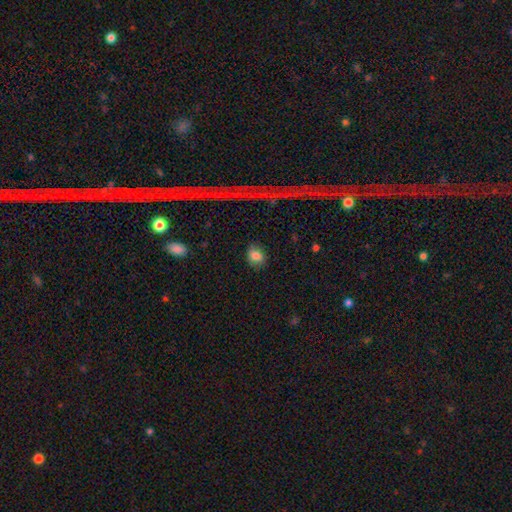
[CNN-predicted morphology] This is clearly a smooth galaxy (82%). How rounded: possibly in between (49%, tied with round). Merging: clearly none (82%).